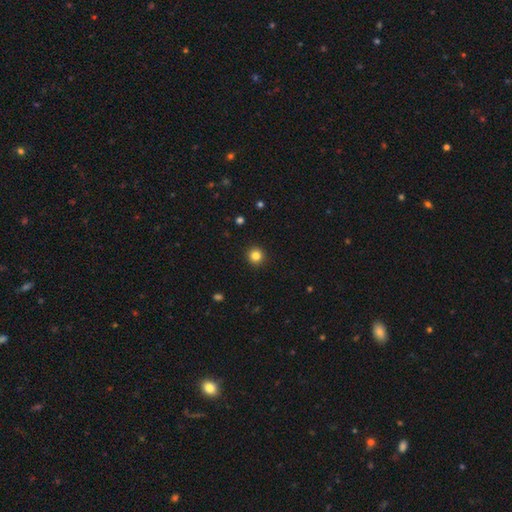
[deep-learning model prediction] smooth-or-featured: smooth: 84% | star or artifact: 12% | featured or disk: 4%
  how-rounded: round: 95% | in between: 4% | cigar-shaped: 1%
  merging: none: 93% | minor disturbance: 4% | major disturbance: 2% | merger: 1%